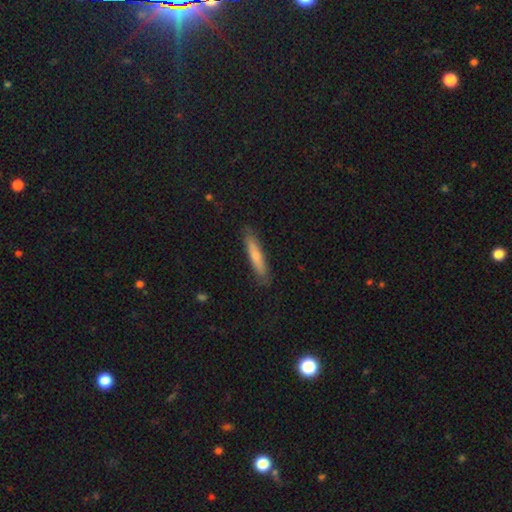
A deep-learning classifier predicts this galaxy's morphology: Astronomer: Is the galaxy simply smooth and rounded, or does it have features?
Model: smooth — 69%.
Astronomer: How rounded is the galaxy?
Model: cigar-shaped — 88%.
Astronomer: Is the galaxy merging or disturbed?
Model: none — 85%.